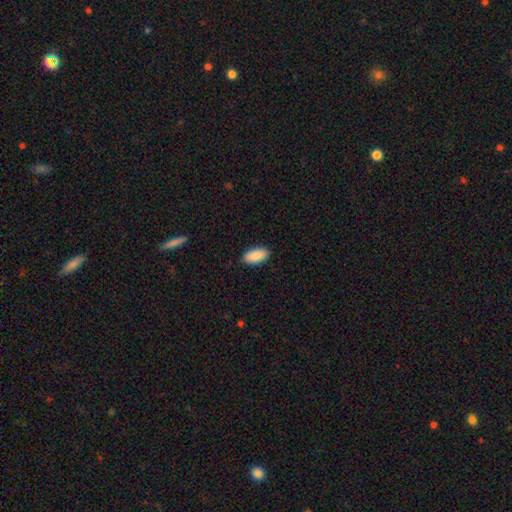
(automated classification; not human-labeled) Smooth or featured?
  - smooth: 90% *
  - star or artifact: 6%
  - featured or disk: 4%
How rounded?
  - in between: 92% *
  - cigar-shaped: 5%
  - round: 2%
Merging?
  - none: 89% *
  - minor disturbance: 9%
  - major disturbance: 2%
  - merger: 1%